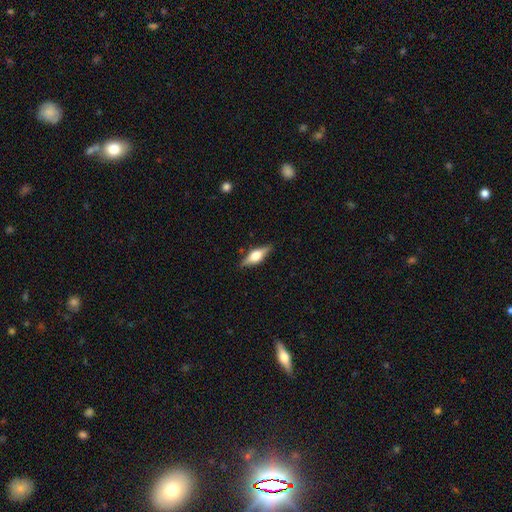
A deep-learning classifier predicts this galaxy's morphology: smooth_or_featured: featured or disk (p=0.55) [alt: smooth p=0.38]
disk_edge_on: yes (p=0.94) [alt: no p=0.06]
edge_on_bulge: rounded (p=0.90) [alt: boxy p=0.08]
merging: none (p=0.85) [alt: minor disturbance p=0.11]